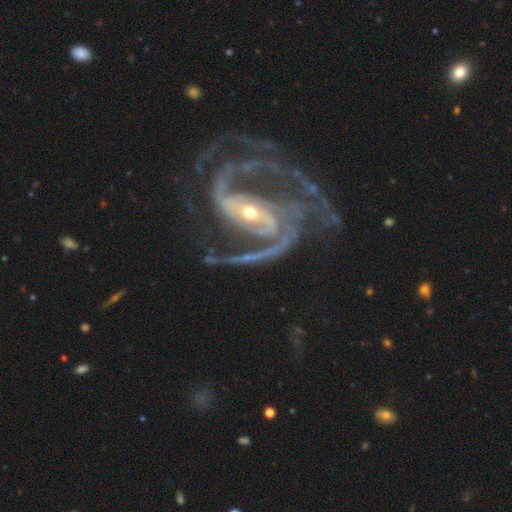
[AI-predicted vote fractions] The model was most divided on "bar": strong: 52%, weak: 30%, no: 18%. More confident: spiral arms — yes (98%); edge-on disk — no (98%); smooth or featured — featured or disk (93%); bulge size — small (62%); spiral arm count — 2 (55%); spiral winding — medium (54%); merging — none (54%).